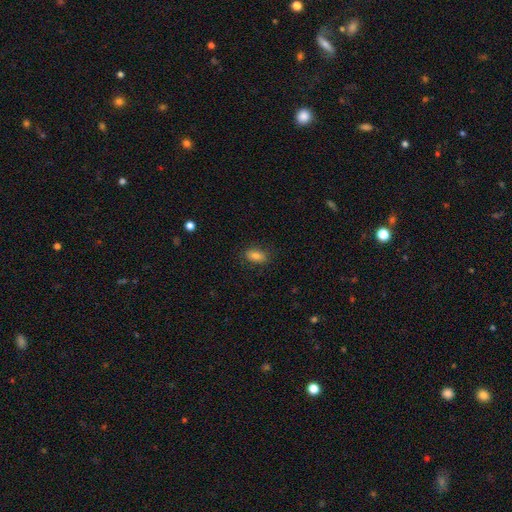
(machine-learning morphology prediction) Smooth or featured?
  - smooth: 78% *
  - featured or disk: 14%
  - star or artifact: 9%
How rounded?
  - in between: 88% *
  - round: 8%
  - cigar-shaped: 4%
Merging?
  - none: 83% *
  - minor disturbance: 12%
  - major disturbance: 3%
  - merger: 1%